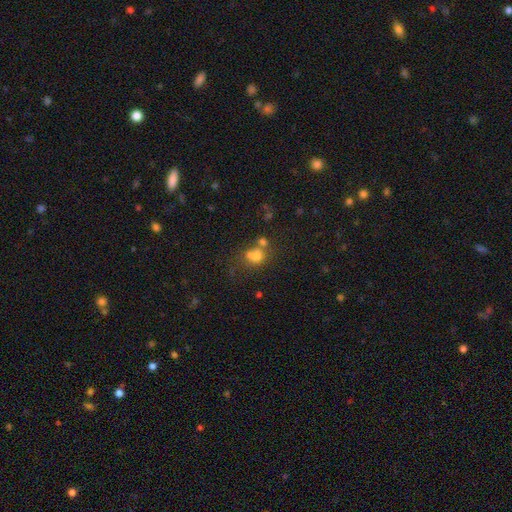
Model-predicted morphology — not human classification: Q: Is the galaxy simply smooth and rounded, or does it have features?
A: smooth — 68%.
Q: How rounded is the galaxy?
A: round — 74%.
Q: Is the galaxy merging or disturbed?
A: merger — 43%.